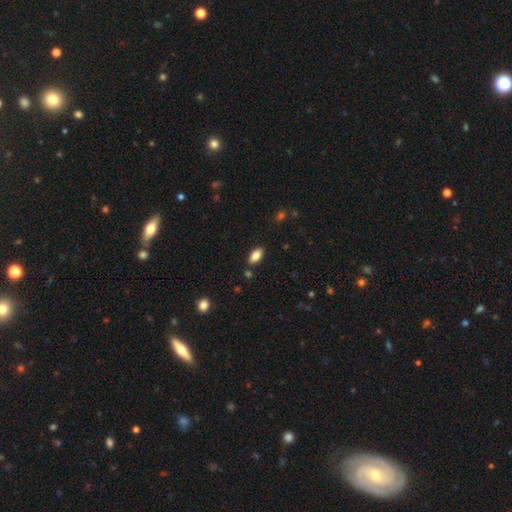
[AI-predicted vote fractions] Smooth or featured? smooth (83%)
How rounded? in between (91%)
Merging? none (85%)